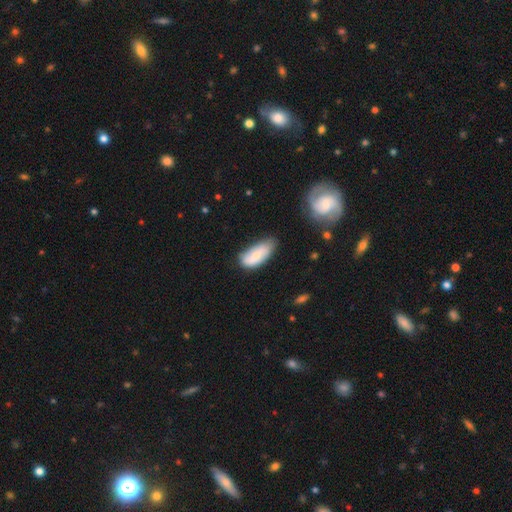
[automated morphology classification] smooth 73%, featured or disk 21%, star or artifact 6%. Down the decision tree: how rounded — in between (87%); merging — none (55%).